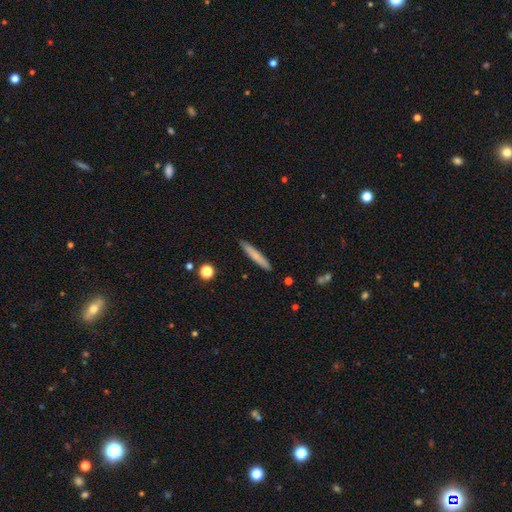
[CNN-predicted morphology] smooth 73%, featured or disk 21%, star or artifact 6%. Down the decision tree: how rounded — cigar-shaped (95%); merging — none (91%).